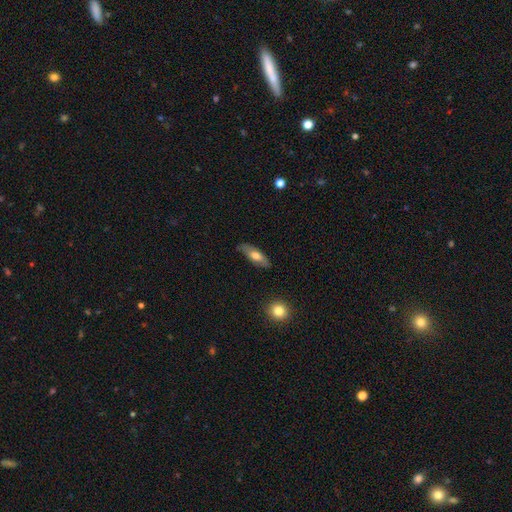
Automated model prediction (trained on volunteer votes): Smooth or featured? smooth (61%)
How rounded? in between (65%)
Merging? none (79%)